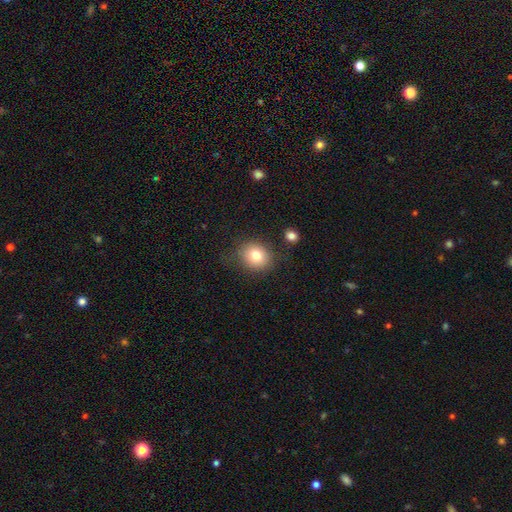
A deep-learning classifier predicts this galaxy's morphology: Smooth or featured? smooth (80%)
How rounded? round (76%)
Merging? none (80%)